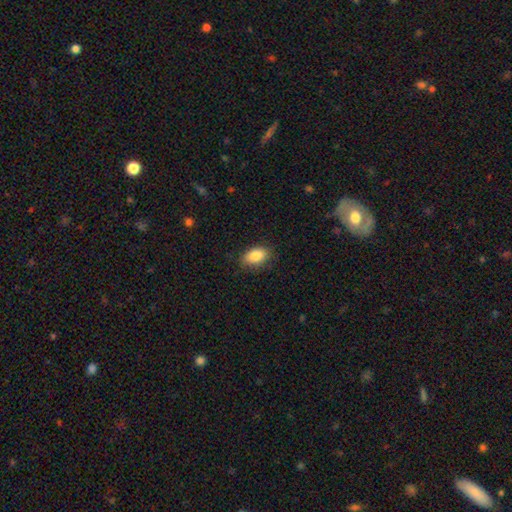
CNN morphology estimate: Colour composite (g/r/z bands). It shows a smooth galaxy with no disk features (87%) that is in between round and cigar-shaped (90%). Merging: none (82%).